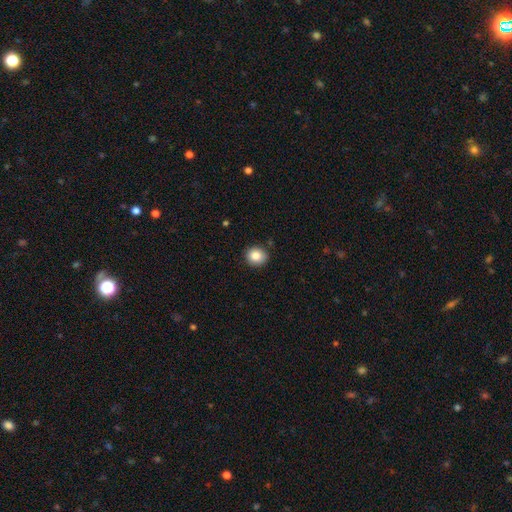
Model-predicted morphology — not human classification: Smooth or featured? smooth (86%)
How rounded? round (76%)
Merging? none (88%)